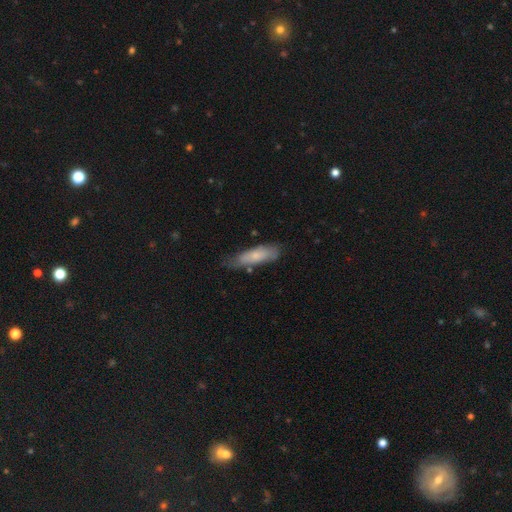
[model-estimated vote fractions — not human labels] This is likely a smooth galaxy (70%). How rounded: possibly cigar-shaped (54%). Merging: likely none (62%).